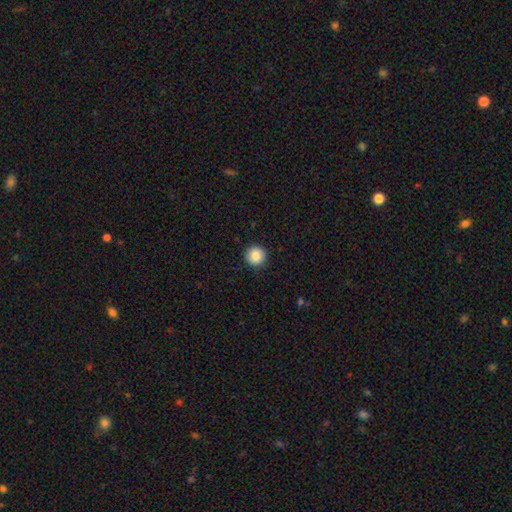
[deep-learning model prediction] Overall: smooth (88%). How rounded: round (95%). Merging: none (92%).